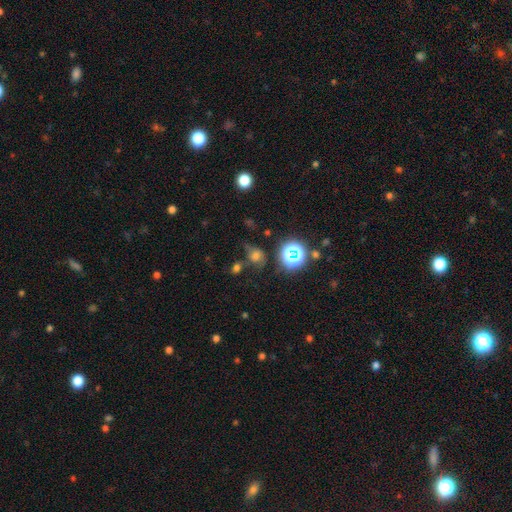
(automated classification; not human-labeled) A smooth galaxy with no disk features (52%) that is round (63%).

Vote fractions:
- Smooth or featured? smooth: 52% / star or artifact: 32% / featured or disk: 17%
- How rounded? round: 63% / in between: 36% / cigar-shaped: 1%
- Merging? none: 47% / minor disturbance: 22% / major disturbance: 17% / merger: 15%